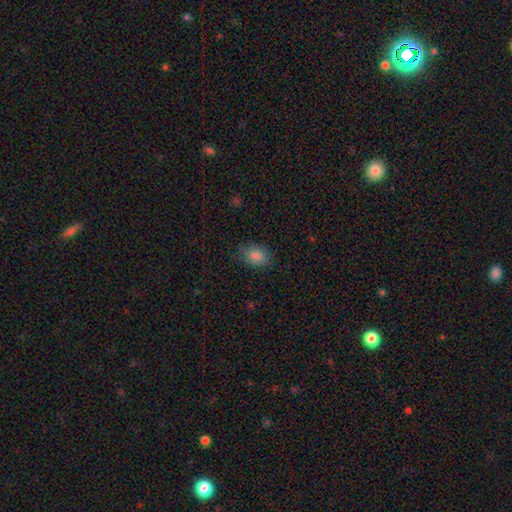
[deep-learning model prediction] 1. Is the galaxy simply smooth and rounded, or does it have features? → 83% smooth, 10% star or artifact, 7% featured or disk.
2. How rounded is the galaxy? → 78% in between, 21% round, 1% cigar-shaped.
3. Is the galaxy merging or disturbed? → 80% none, 16% minor disturbance, 3% major disturbance, 1% merger.